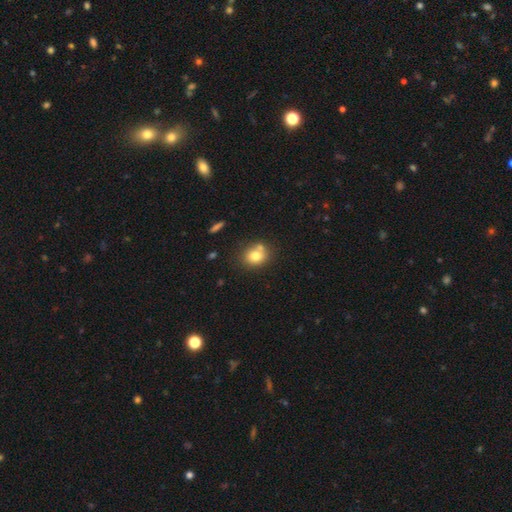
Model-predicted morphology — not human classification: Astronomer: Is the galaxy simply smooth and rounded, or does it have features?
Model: smooth — 76%.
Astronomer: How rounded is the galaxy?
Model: round — 63%.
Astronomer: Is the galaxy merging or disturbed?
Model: none — 59%.